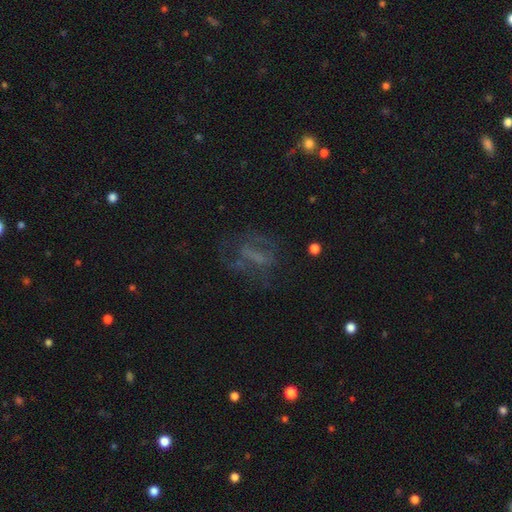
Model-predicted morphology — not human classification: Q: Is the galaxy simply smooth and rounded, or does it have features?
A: featured or disk — 46%.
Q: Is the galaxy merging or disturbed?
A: none — 52%.